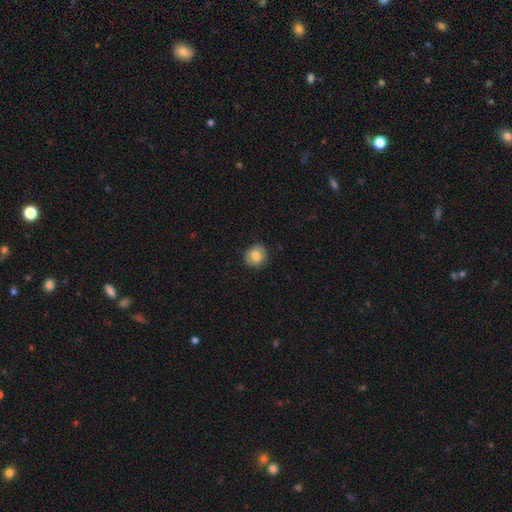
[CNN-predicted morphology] Q: Smooth or featured?
A: smooth (80%); runner-up: featured or disk (11%)
Q: How rounded?
A: round (88%); runner-up: in between (12%)
Q: Merging?
A: none (87%); runner-up: minor disturbance (10%)